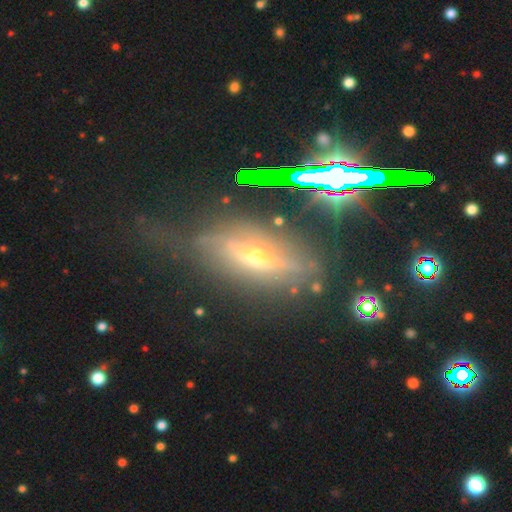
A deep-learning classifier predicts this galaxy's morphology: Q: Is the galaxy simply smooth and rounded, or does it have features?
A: featured or disk — 47%.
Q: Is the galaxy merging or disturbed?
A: none — 63%.